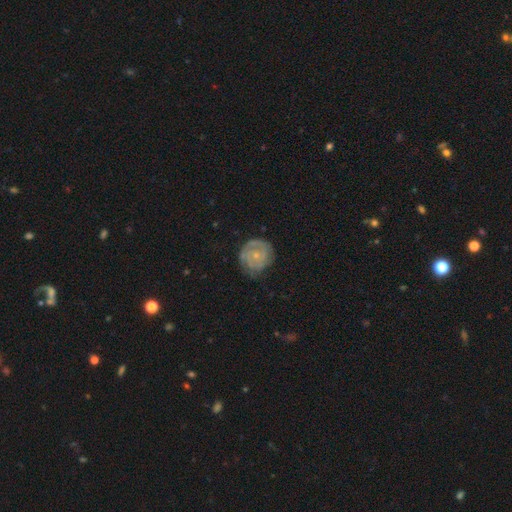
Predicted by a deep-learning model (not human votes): featured or disk 73%, smooth 21%, star or artifact 6%. Down the decision tree: edge-on disk — no (98%); bar — no (77%); spiral arms — yes (90%); spiral arm count — 2 (42%); spiral winding — tight (69%); bulge size — small (72%); merging — none (71%).